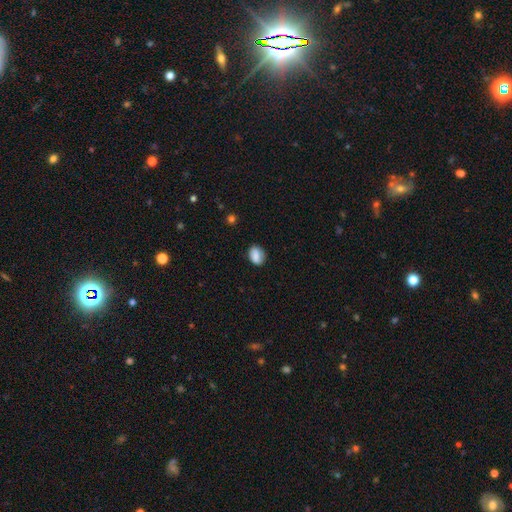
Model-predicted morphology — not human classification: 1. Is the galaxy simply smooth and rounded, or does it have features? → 83% smooth, 9% featured or disk, 8% star or artifact.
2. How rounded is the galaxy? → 69% in between, 30% round, 1% cigar-shaped.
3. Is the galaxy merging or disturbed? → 79% none, 16% minor disturbance, 4% major disturbance, 1% merger.